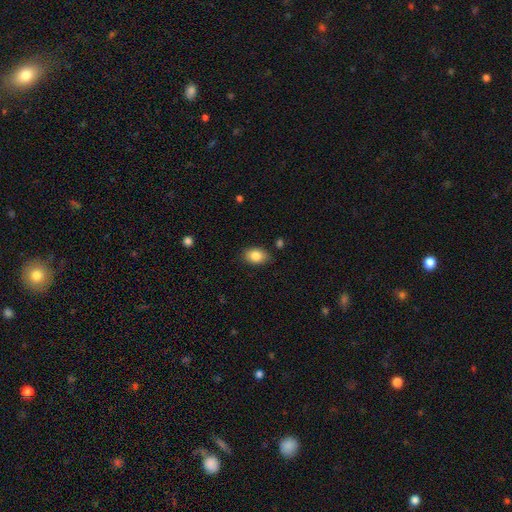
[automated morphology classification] smooth 83%, featured or disk 9%, star or artifact 8%. Down the decision tree: how rounded — in between (81%); merging — none (81%).